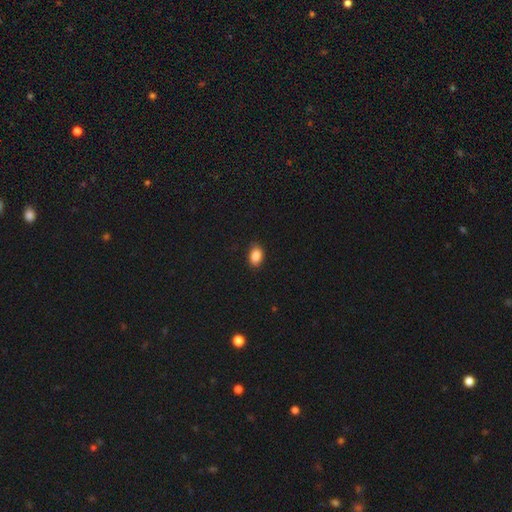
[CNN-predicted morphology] type=smooth (88%); roundness=in between (84%); merging=none (85%).